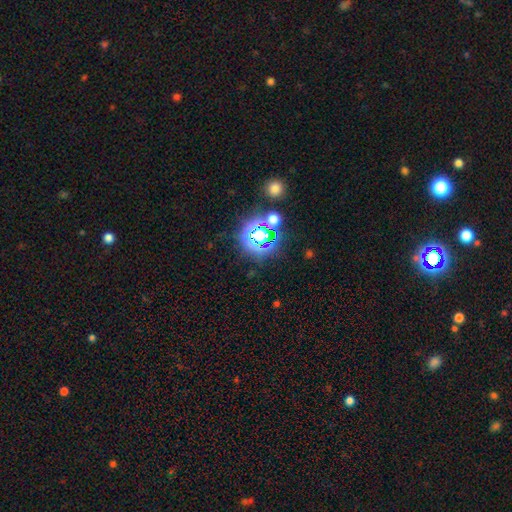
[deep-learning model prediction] Smooth or featured? star or artifact (77%)